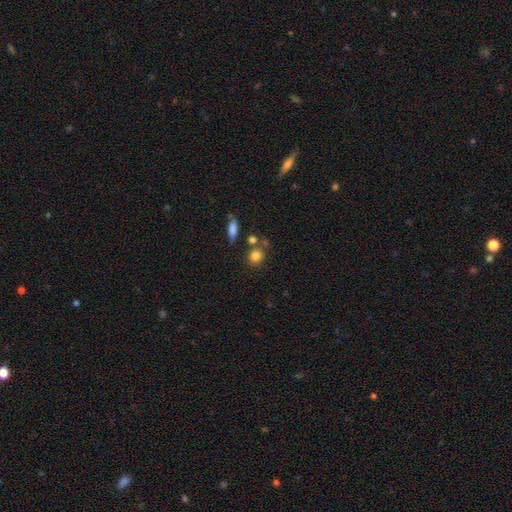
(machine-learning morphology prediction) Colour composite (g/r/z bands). It shows a smooth galaxy with no disk features (82%) that is round (80%). Merging: none (67%).